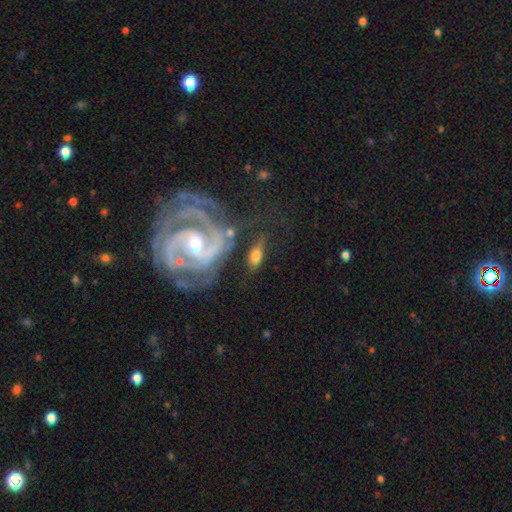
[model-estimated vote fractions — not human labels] Smooth or featured? Predicted: featured or disk (p=0.47). Merging? Predicted: none (p=0.52).